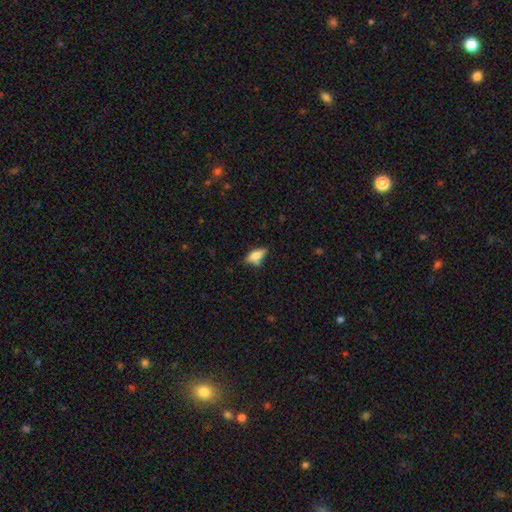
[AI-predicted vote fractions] smooth-or-featured: smooth: 65% | featured or disk: 26% | star or artifact: 9%
  how-rounded: in between: 76% | cigar-shaped: 20% | round: 4%
  merging: none: 60% | minor disturbance: 25% | major disturbance: 8% | merger: 7%